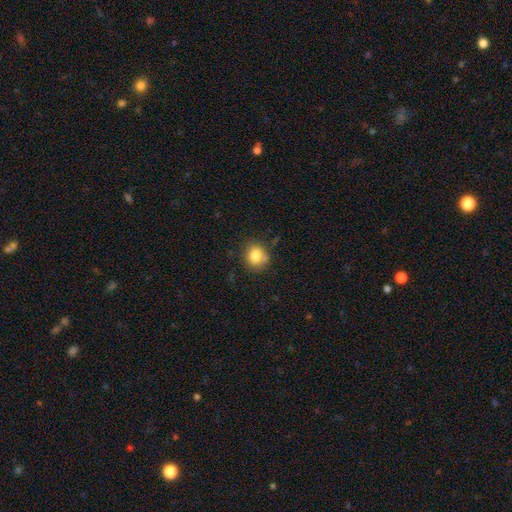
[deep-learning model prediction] Smooth or featured?
  - smooth: 82% *
  - star or artifact: 10%
  - featured or disk: 8%
How rounded?
  - round: 77% *
  - in between: 22%
  - cigar-shaped: 1%
Merging?
  - none: 71% *
  - minor disturbance: 17%
  - merger: 7%
  - major disturbance: 5%